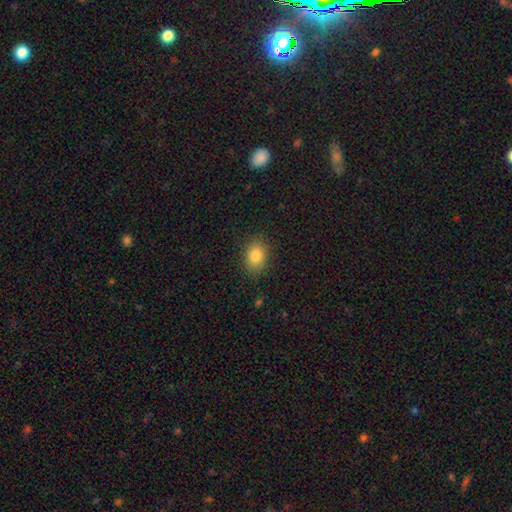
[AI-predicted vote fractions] smooth 85%, star or artifact 9%, featured or disk 6%. Down the decision tree: how rounded — in between (68%); merging — none (86%).